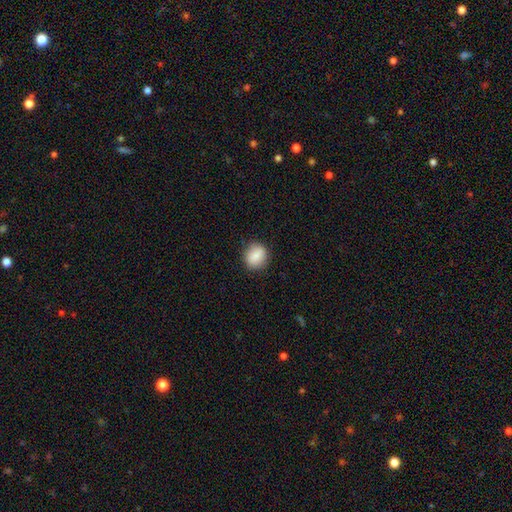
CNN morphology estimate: Smooth or featured? Predicted: smooth (p=0.86). How rounded? Predicted: round (p=0.72). Merging? Predicted: none (p=0.87).